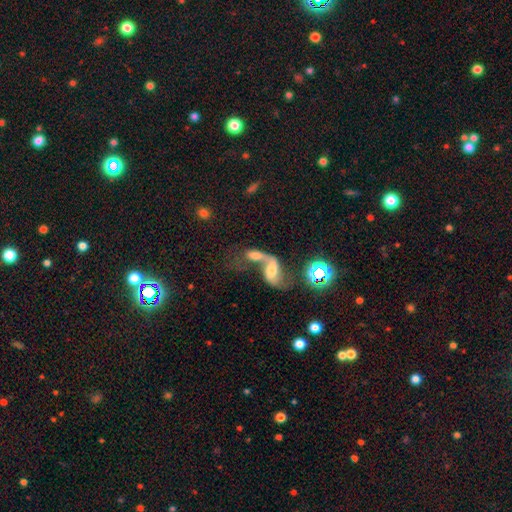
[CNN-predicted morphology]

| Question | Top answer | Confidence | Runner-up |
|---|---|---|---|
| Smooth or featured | featured or disk | 49% | smooth (37%) |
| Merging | merger | 68% | none (15%) |